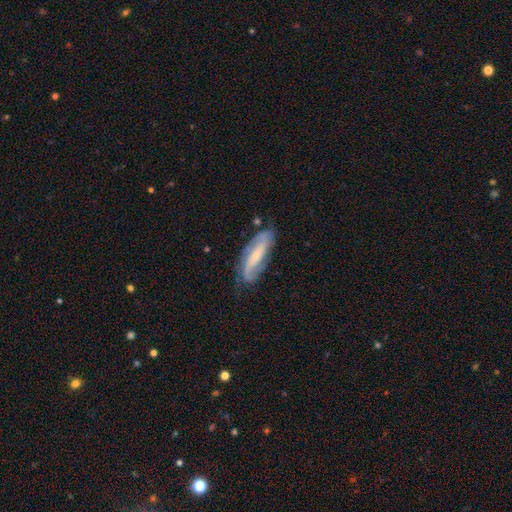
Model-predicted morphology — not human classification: featured or disk 73%, smooth 21%, star or artifact 7%. Down the decision tree: edge-on disk — no (86%); bar — weak (38%); spiral arms — yes (93%); spiral arm count — 2 (71%); spiral winding — medium (41%); bulge size — small (59%); merging — none (70%).